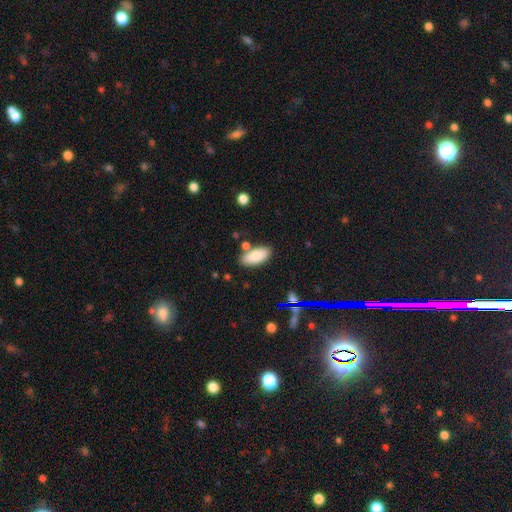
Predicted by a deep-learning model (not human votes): smooth_or_featured: smooth (p=0.81) [alt: featured or disk p=0.11]
how_rounded: in between (p=0.89) [alt: cigar-shaped p=0.09]
merging: none (p=0.75) [alt: minor disturbance p=0.13]